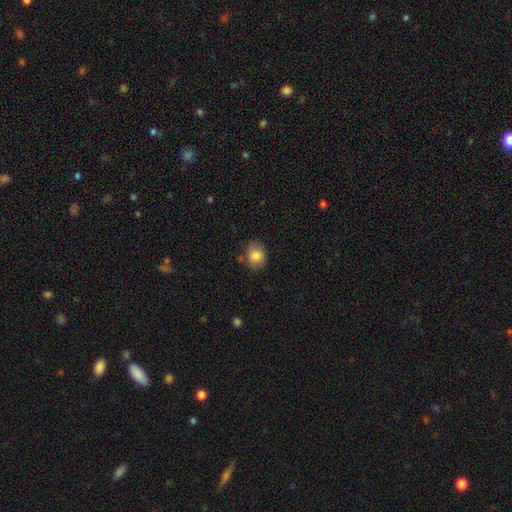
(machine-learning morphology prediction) This appears to be a smooth galaxy with no disk features (85%) that is round (64%). Merging: none (79%).